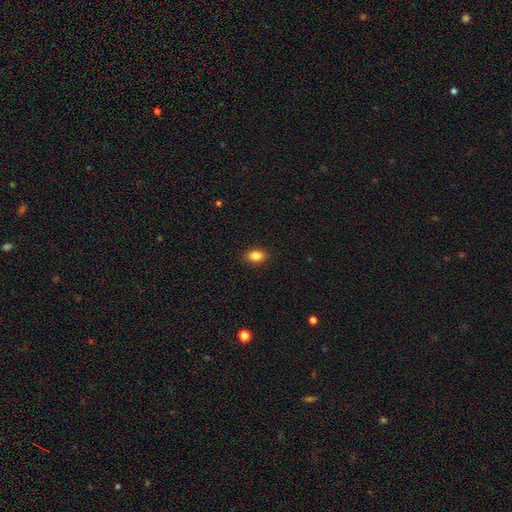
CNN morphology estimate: smooth-or-featured: smooth: 86% | star or artifact: 9% | featured or disk: 5%
  how-rounded: in between: 81% | round: 17% | cigar-shaped: 2%
  merging: none: 89% | minor disturbance: 8% | major disturbance: 2% | merger: 1%